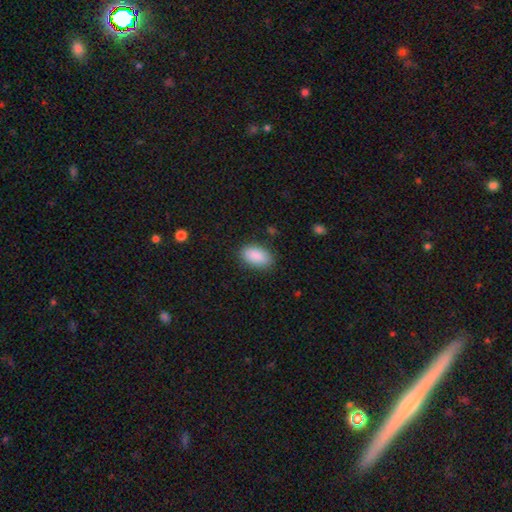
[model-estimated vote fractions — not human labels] A smooth galaxy with no disk features (90%) that is in between round and cigar-shaped (93%).

Vote fractions:
- Smooth or featured? smooth: 90% / star or artifact: 7% / featured or disk: 4%
- How rounded? in between: 93% / round: 5% / cigar-shaped: 2%
- Merging? none: 85% / minor disturbance: 11% / major disturbance: 3% / merger: 1%